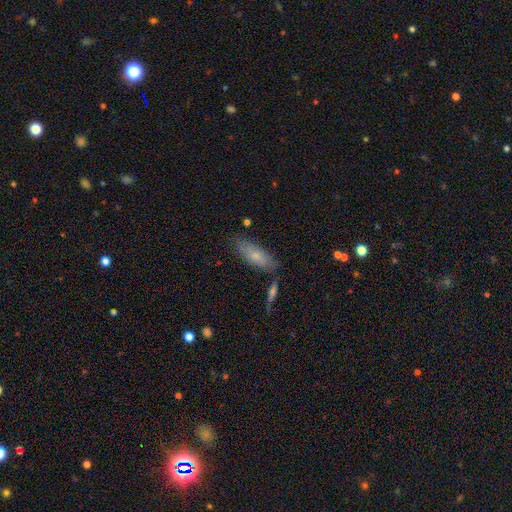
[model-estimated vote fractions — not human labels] Smooth or featured?
  - smooth: 69% *
  - featured or disk: 24%
  - star or artifact: 7%
How rounded?
  - in between: 66% *
  - cigar-shaped: 32%
  - round: 2%
Merging?
  - none: 71% *
  - minor disturbance: 18%
  - merger: 6%
  - major disturbance: 4%